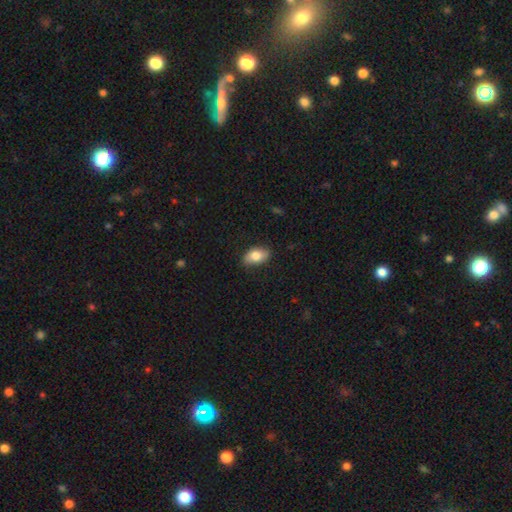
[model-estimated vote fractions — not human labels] This is likely a smooth galaxy (78%). How rounded: clearly in between (91%). Merging: likely none (77%).